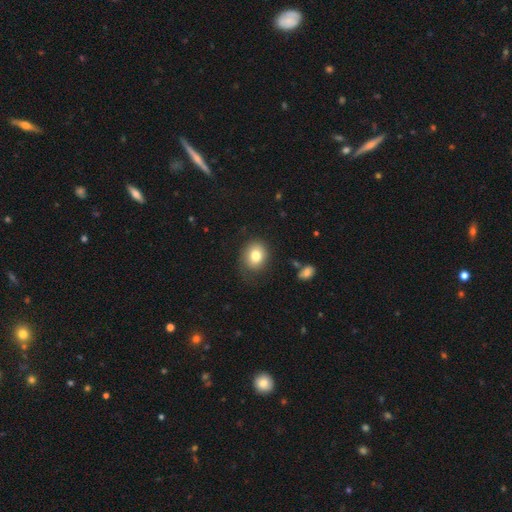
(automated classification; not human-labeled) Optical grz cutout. It shows a smooth galaxy with no disk features (80%) that is round (58%). Merging: none (75%).